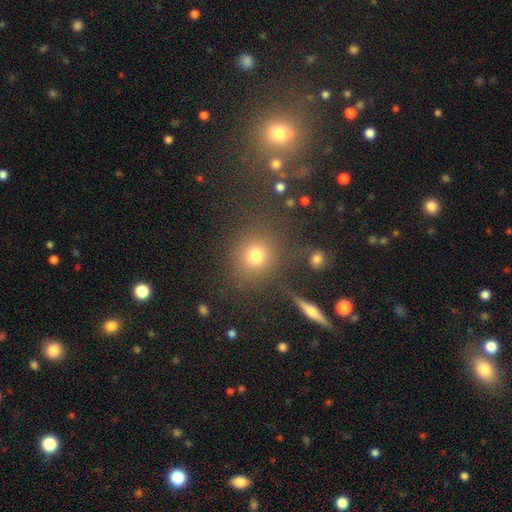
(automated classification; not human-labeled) smooth_or_featured: smooth (p=0.74) [alt: star or artifact p=0.17]
how_rounded: round (p=0.84) [alt: in between p=0.14]
merging: none (p=0.76) [alt: minor disturbance p=0.10]